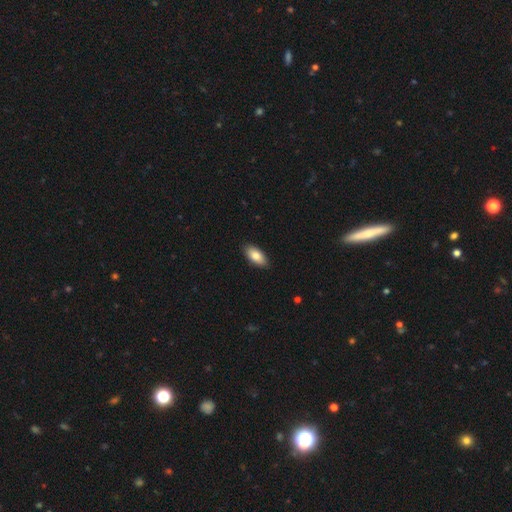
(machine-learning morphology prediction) This is clearly a smooth galaxy (83%). How rounded: clearly in between (91%). Merging: clearly none (89%).